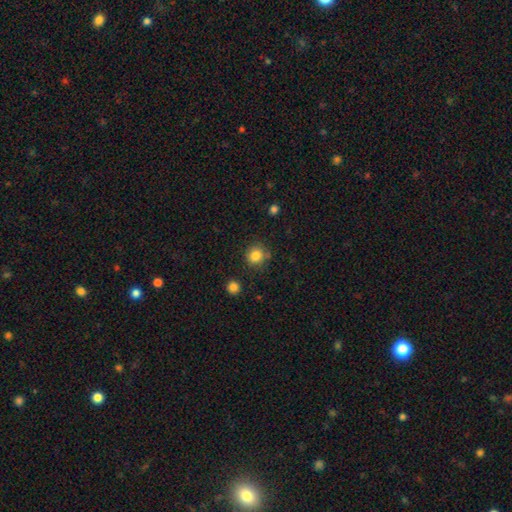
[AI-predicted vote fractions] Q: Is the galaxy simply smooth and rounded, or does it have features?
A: smooth — 84%.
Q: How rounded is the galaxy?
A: round — 87%.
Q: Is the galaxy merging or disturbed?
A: none — 79%.